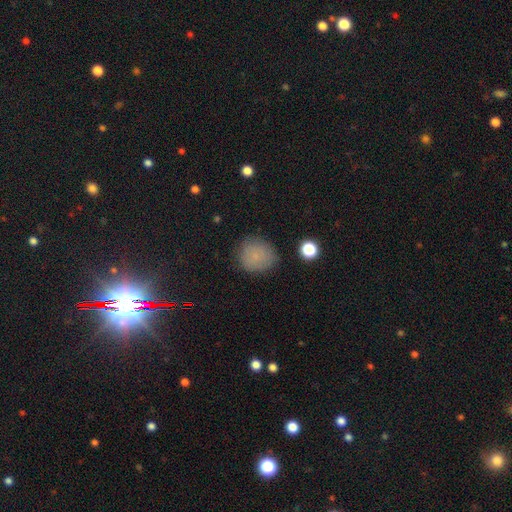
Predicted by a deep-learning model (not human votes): Overall: smooth (78%). How rounded: round (89%). Merging: none (83%).